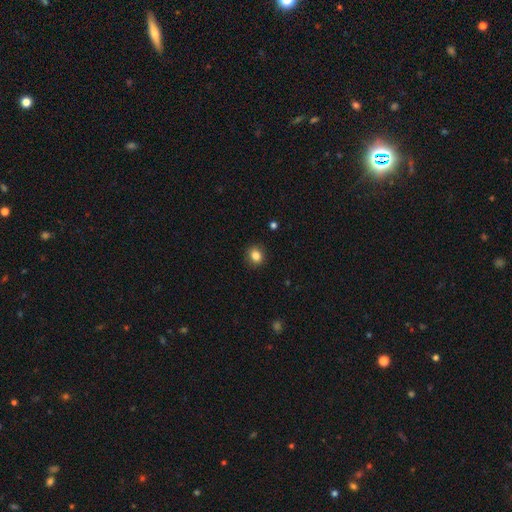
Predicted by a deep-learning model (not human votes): Overall: smooth (84%). How rounded: round (64%; in between 35%). Merging: none (89%).